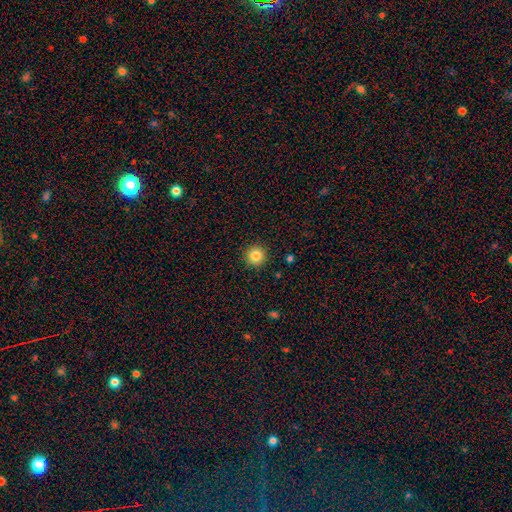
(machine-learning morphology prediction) smooth_or_featured: smooth (p=0.84) [alt: star or artifact p=0.11]
how_rounded: round (p=0.96) [alt: in between p=0.03]
merging: none (p=0.93) [alt: minor disturbance p=0.05]